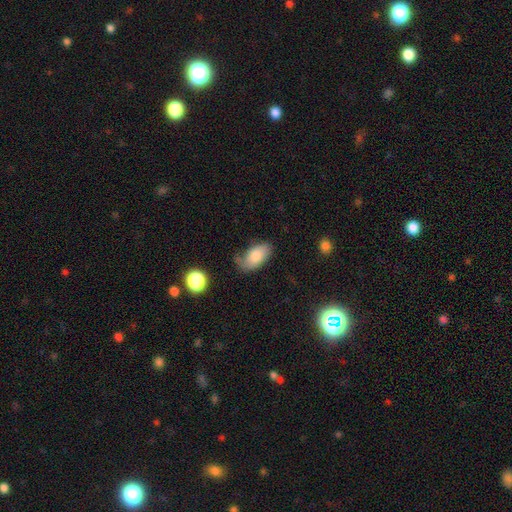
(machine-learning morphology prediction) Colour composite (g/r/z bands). It shows a smooth galaxy with no disk features (77%) that is in between round and cigar-shaped (94%). Merging: none (52%).